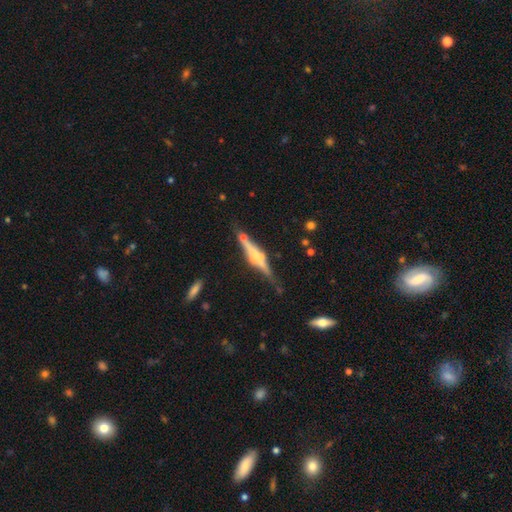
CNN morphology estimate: A featured or disk galaxy (73%) viewed edge-on (95%) with a rounded central bulge (69%).

Vote fractions:
- Smooth or featured? featured or disk: 73% / smooth: 20% / star or artifact: 7%
- Edge-on disk? yes: 95% / no: 5%
- Edge-on bulge? rounded: 69% / boxy: 21% / none: 10%
- Merging? none: 72% / minor disturbance: 15% / merger: 8% / major disturbance: 5%